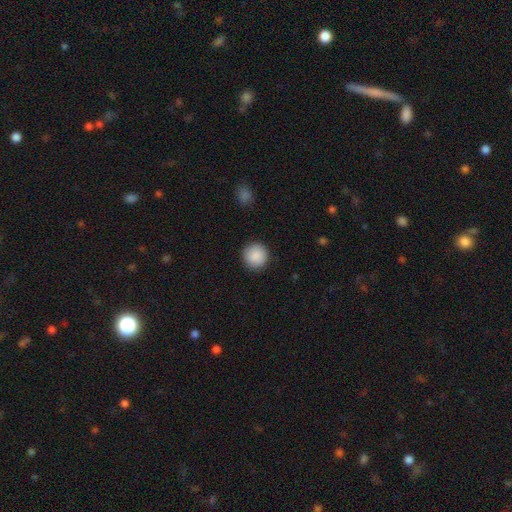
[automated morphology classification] Smooth or featured: smooth — 90% (star or artifact — 7%)
How rounded: round — 95% (in between — 4%)
Merging: none — 91% (minor disturbance — 6%)